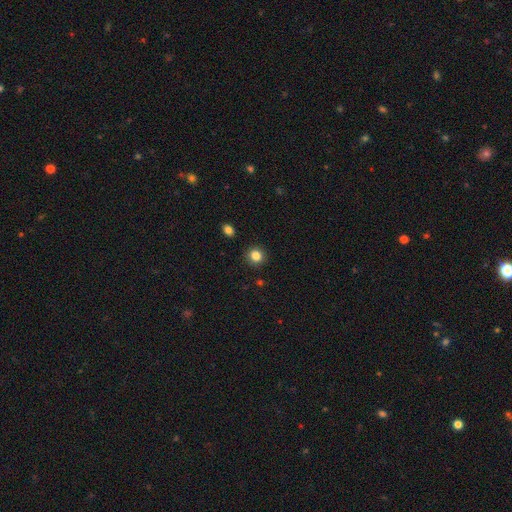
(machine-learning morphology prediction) This appears to be a smooth galaxy with no disk features (84%) that is round (84%). Merging: none (91%).